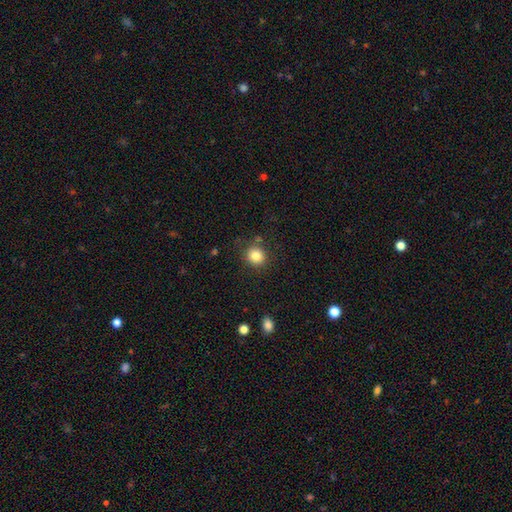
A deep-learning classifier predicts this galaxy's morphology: type=smooth (84%); roundness=round (86%); merging=none (82%).